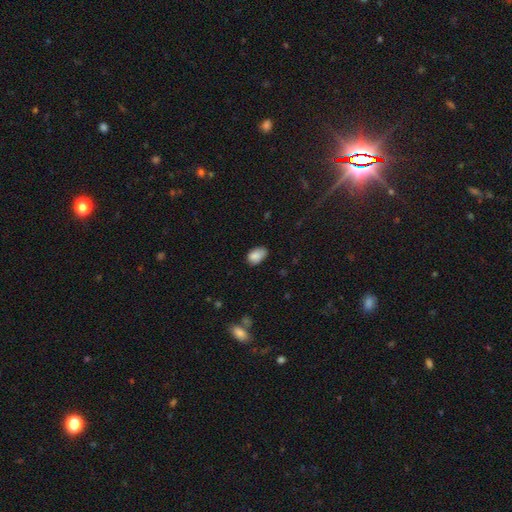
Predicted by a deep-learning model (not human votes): Smooth or featured? smooth (86%)
How rounded? in between (89%)
Merging? none (67%)